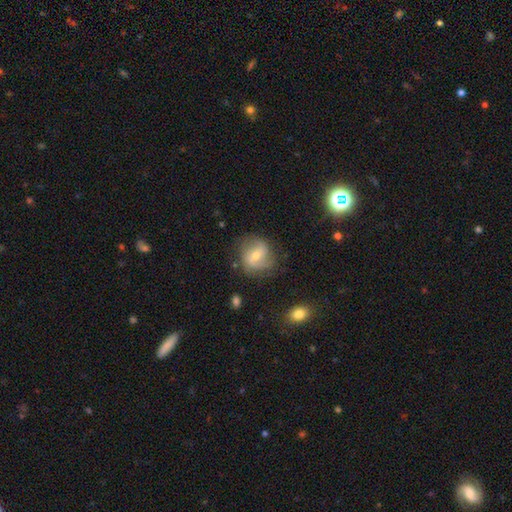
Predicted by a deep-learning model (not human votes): Morphology: type=featured or disk (58%); edge-on=no (96%); bar=weak (45%); spiral arms=yes (82%); bulge=moderate (53%); merging=none (69%).